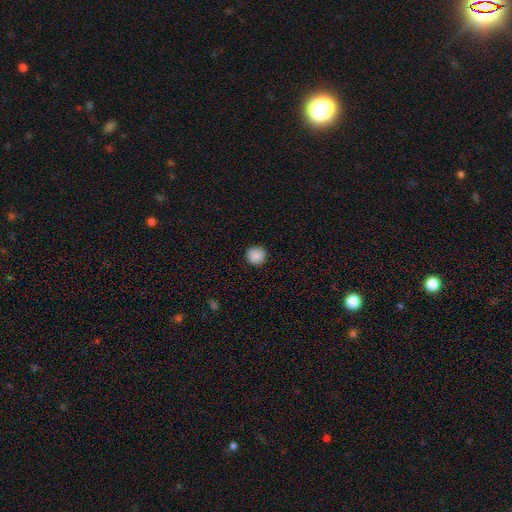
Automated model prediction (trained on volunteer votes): Q: Smooth or featured?
A: smooth (89%); runner-up: star or artifact (9%)
Q: How rounded?
A: round (95%); runner-up: in between (4%)
Q: Merging?
A: none (91%); runner-up: minor disturbance (7%)